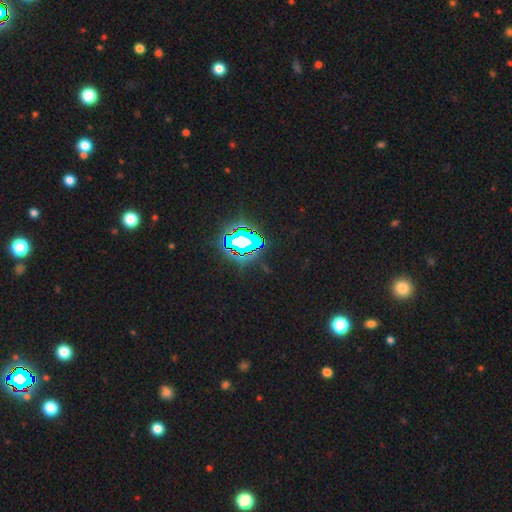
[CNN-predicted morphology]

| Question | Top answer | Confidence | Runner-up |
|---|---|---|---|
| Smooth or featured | star or artifact | 82% | smooth (11%) |